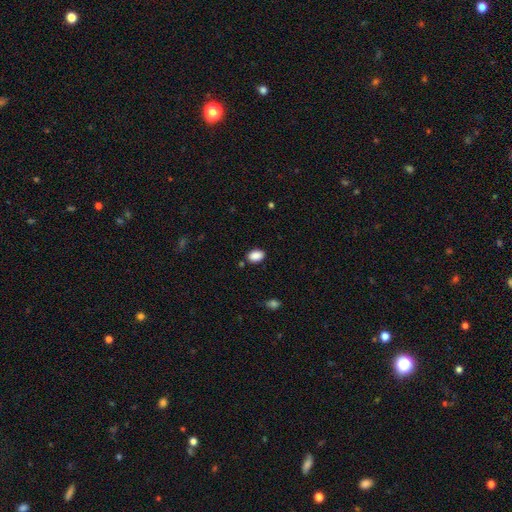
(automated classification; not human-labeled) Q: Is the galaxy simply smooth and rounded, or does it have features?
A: smooth — 89%.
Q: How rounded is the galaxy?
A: in between — 85%.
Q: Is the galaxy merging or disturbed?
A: none — 84%.